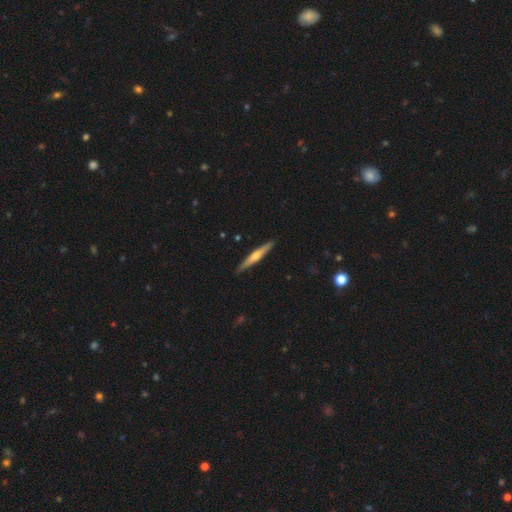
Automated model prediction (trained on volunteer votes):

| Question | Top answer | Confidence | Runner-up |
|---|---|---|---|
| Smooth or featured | featured or disk | 60% | smooth (34%) |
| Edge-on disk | yes | 97% | no (3%) |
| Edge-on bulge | rounded | 83% | none (13%) |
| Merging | none | 90% | minor disturbance (8%) |